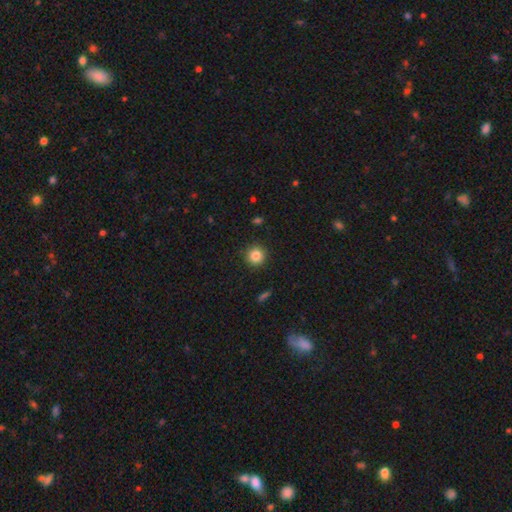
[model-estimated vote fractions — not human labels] Smooth or featured? smooth (84%)
How rounded? round (95%)
Merging? none (91%)